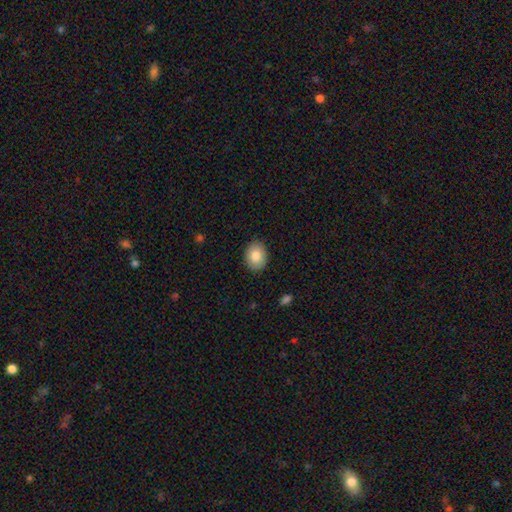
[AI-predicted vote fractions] A smooth galaxy with no disk features (83%) that is in between round and cigar-shaped (61%).

Vote fractions:
- Smooth or featured? smooth: 83% / featured or disk: 10% / star or artifact: 7%
- How rounded? in between: 61% / round: 38% / cigar-shaped: 1%
- Merging? none: 88% / minor disturbance: 9% / major disturbance: 2% / merger: 1%